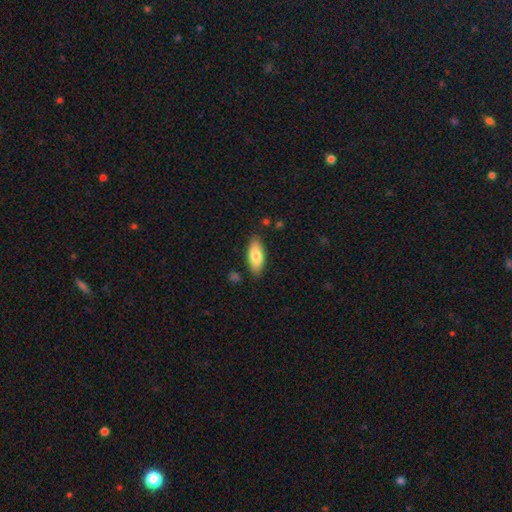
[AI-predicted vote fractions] A smooth galaxy with no disk features (79%) that is in between round and cigar-shaped (81%).

Vote fractions:
- Smooth or featured? smooth: 79% / featured or disk: 15% / star or artifact: 6%
- How rounded? in between: 81% / cigar-shaped: 16% / round: 2%
- Merging? none: 84% / minor disturbance: 12% / major disturbance: 2% / merger: 2%